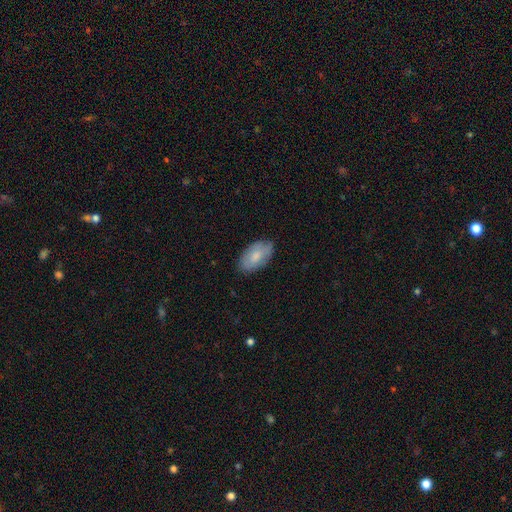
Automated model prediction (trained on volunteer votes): This appears to be a smooth galaxy with no disk features (72%) that is in between round and cigar-shaped (94%). Merging: none (77%).